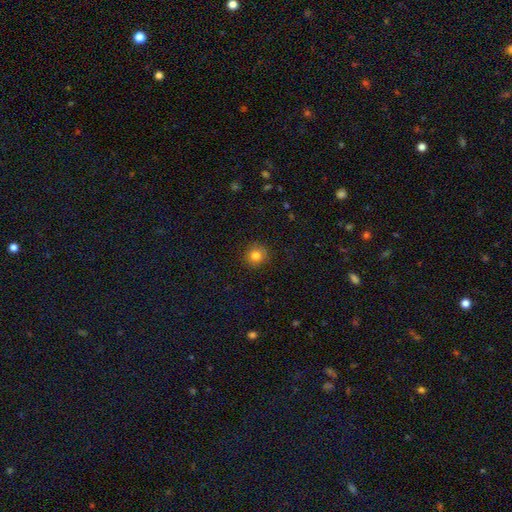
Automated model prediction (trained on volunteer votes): Overall: smooth (82%). How rounded: round (89%). Merging: none (88%).